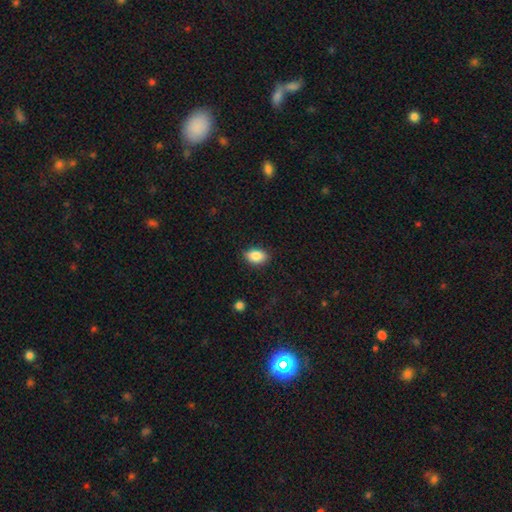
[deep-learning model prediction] smooth 86%, star or artifact 8%, featured or disk 6%. Down the decision tree: how rounded — in between (87%); merging — none (84%).